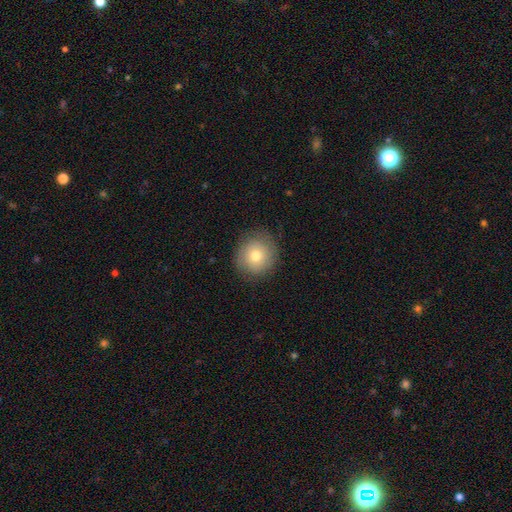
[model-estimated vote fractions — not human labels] smooth_or_featured: smooth (p=0.70) [alt: featured or disk p=0.20]
how_rounded: round (p=0.87) [alt: in between p=0.13]
merging: none (p=0.83) [alt: minor disturbance p=0.12]